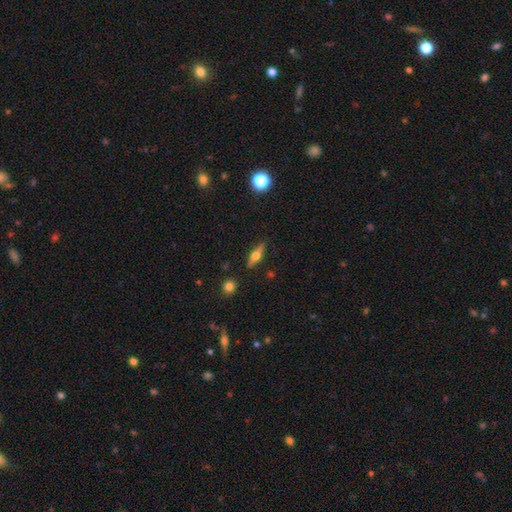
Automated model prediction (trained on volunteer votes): The model was most divided on "smooth or featured": featured or disk: 51%, smooth: 41%, star or artifact: 8%. More confident: edge-on disk — yes (92%); merging — none (86%).